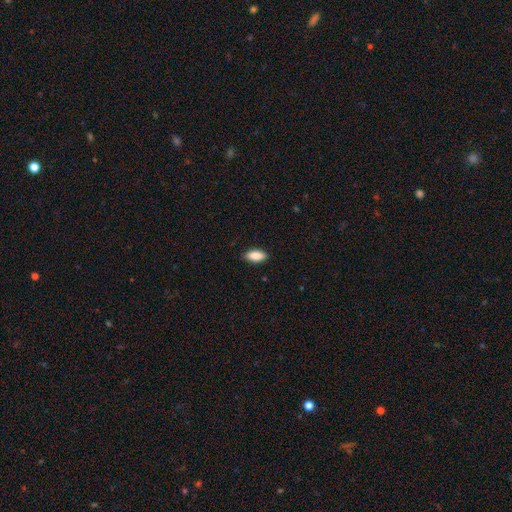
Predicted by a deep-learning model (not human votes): Smooth or featured? smooth (88%)
How rounded? in between (87%)
Merging? none (88%)